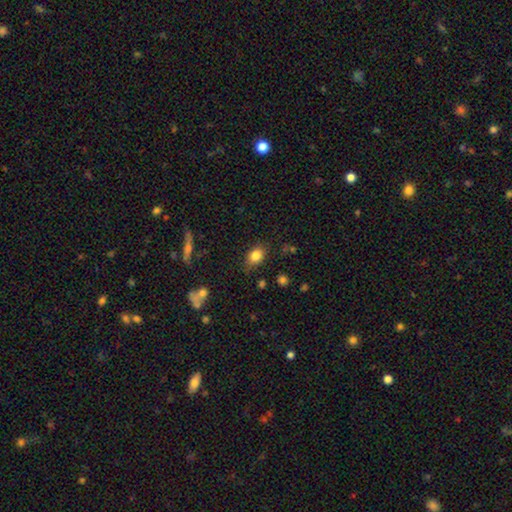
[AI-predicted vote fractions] smooth 83%, star or artifact 10%, featured or disk 7%. Down the decision tree: how rounded — in between (70%); merging — none (78%).